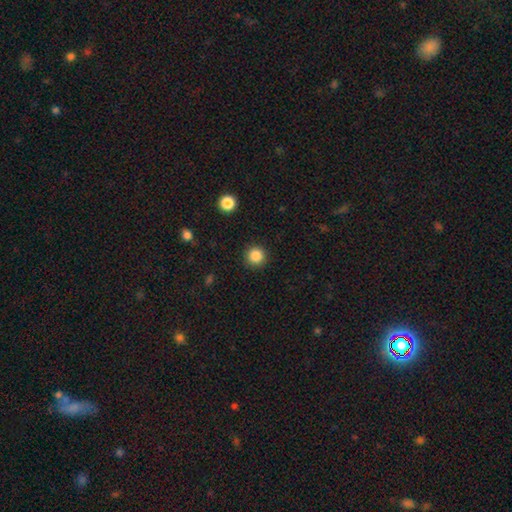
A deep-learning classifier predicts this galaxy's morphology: A smooth galaxy with no disk features (85%) that is round (95%).

Vote fractions:
- Smooth or featured? smooth: 85% / star or artifact: 11% / featured or disk: 4%
- How rounded? round: 95% / in between: 4% / cigar-shaped: 1%
- Merging? none: 91% / minor disturbance: 6% / major disturbance: 2% / merger: 1%